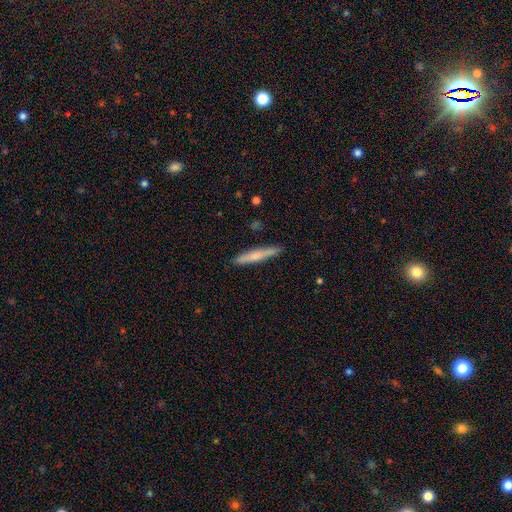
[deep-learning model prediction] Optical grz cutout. It shows a smooth galaxy with no disk features (63%) that is cigar-shaped (94%). Merging: none (88%).